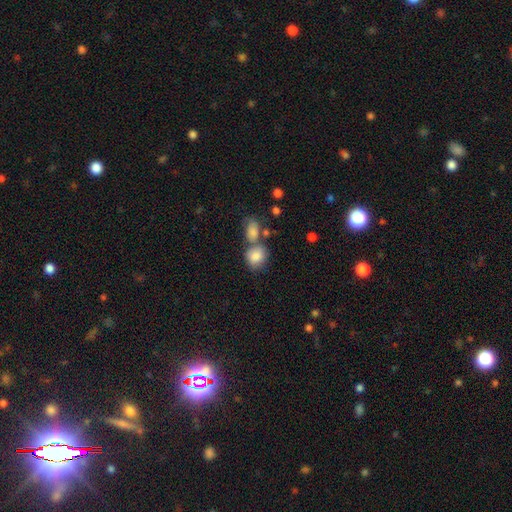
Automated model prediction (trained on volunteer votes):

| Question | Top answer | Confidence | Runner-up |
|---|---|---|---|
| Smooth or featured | smooth | 83% | featured or disk (9%) |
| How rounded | round | 57% | in between (41%) |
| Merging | none | 43% | merger (37%) |